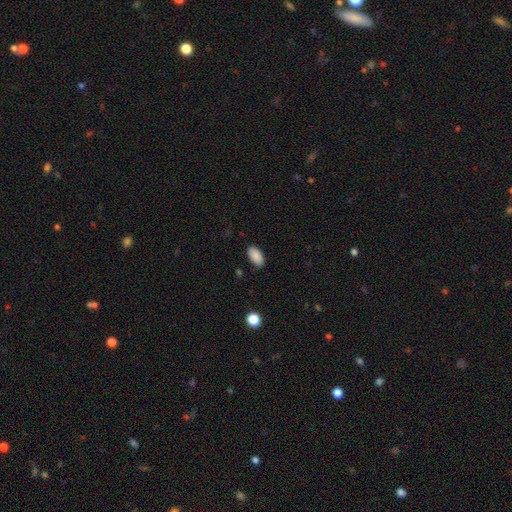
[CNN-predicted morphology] Smooth or featured? smooth (89%)
How rounded? in between (94%)
Merging? none (87%)